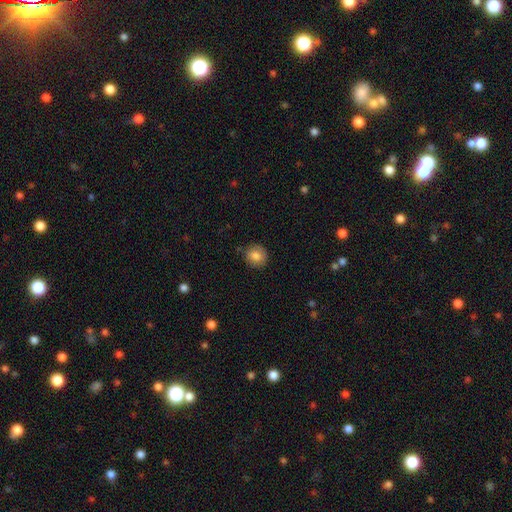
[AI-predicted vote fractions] Smooth or featured: smooth — 83% (star or artifact — 9%)
How rounded: round — 87% (in between — 12%)
Merging: none — 86% (minor disturbance — 10%)